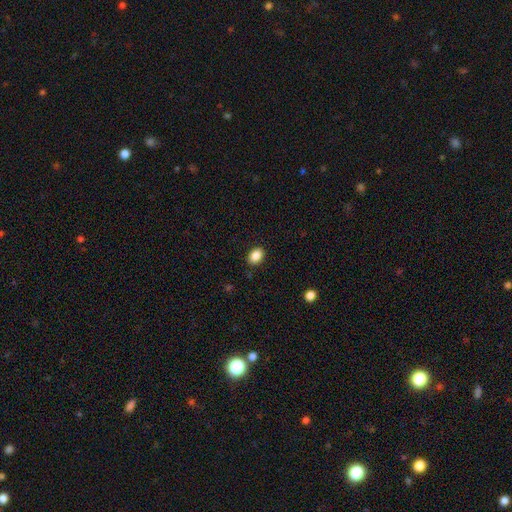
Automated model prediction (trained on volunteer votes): Smooth or featured?
  - smooth: 88% *
  - star or artifact: 8%
  - featured or disk: 4%
How rounded?
  - in between: 76% *
  - round: 23%
  - cigar-shaped: 1%
Merging?
  - none: 89% *
  - minor disturbance: 8%
  - major disturbance: 2%
  - merger: 1%